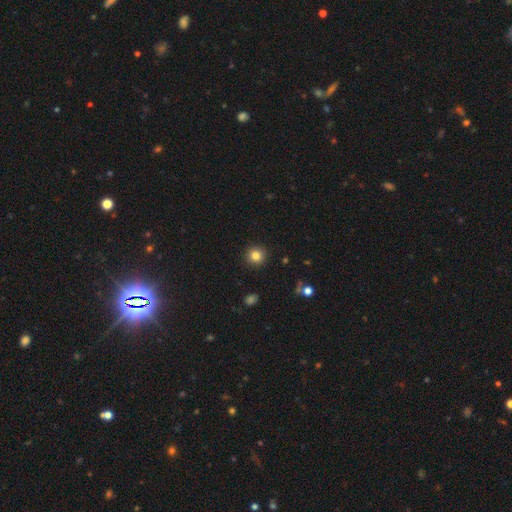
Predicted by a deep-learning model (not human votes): The model was most divided on "smooth or featured": smooth: 83%, star or artifact: 12%, featured or disk: 6%. More confident: how rounded — round (93%); merging — none (92%).